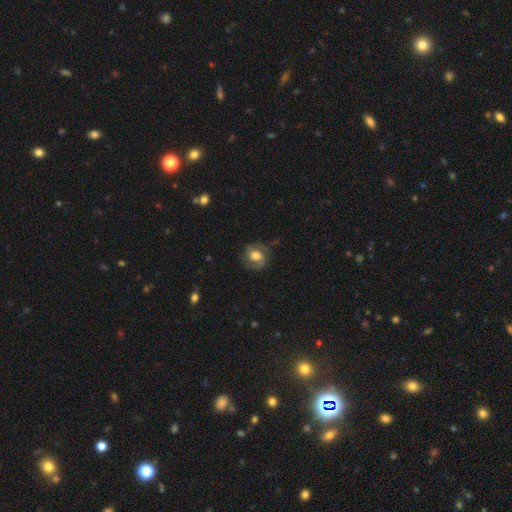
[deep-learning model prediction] Smooth or featured?
  - featured or disk: 60% *
  - smooth: 32%
  - star or artifact: 8%
Edge-on disk?
  - no: 97% *
  - yes: 3%
Bar?
  - no: 51% *
  - weak: 38%
  - strong: 12%
Spiral arms?
  - yes: 87% *
  - no: 13%
Spiral winding?
  - medium: 46% *
  - tight: 38%
  - loose: 16%
Spiral arm count?
  - 2: 84% *
  - can't tell: 8%
  - 1: 4%
  - 3: 2%
  - 4: 1%
  - more than 4: 1%
Bulge size?
  - moderate: 56% *
  - large: 29%
  - small: 10%
  - dominant: 2%
  - none: 2%
Merging?
  - none: 74% *
  - minor disturbance: 17%
  - major disturbance: 8%
  - merger: 1%